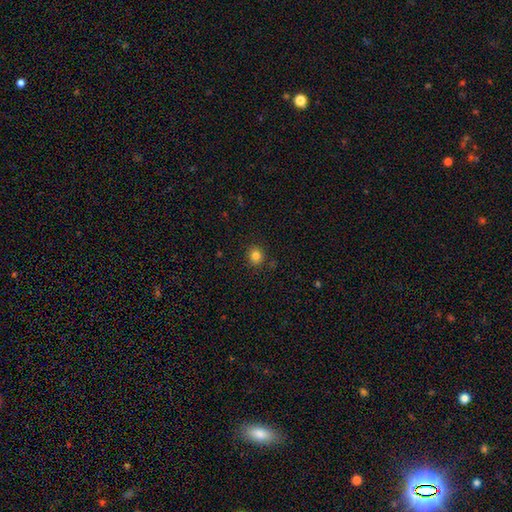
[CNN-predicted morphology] Overall: smooth (82%). How rounded: round (85%). Merging: none (89%).